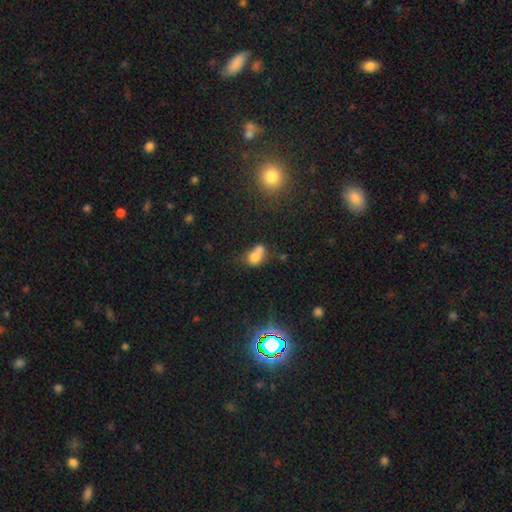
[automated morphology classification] This appears to be a smooth galaxy with no disk features (72%) that is in between round and cigar-shaped (59%). Merging: merger (54%).